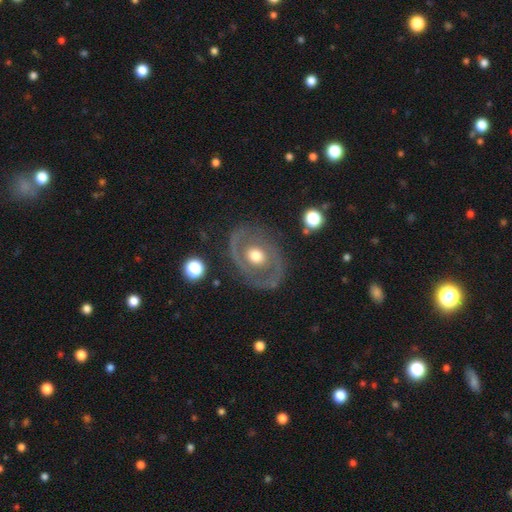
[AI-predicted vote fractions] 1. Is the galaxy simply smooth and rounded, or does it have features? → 71% featured or disk, 24% smooth, 6% star or artifact.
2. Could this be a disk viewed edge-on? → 95% no, 5% yes.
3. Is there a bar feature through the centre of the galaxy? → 79% no, 16% weak, 5% strong.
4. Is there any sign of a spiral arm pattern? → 51% no, 49% yes.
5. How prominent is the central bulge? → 64% moderate, 25% large, 7% small, 2% dominant, 1% none.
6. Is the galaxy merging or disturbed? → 78% none, 13% minor disturbance, 8% major disturbance, 2% merger.